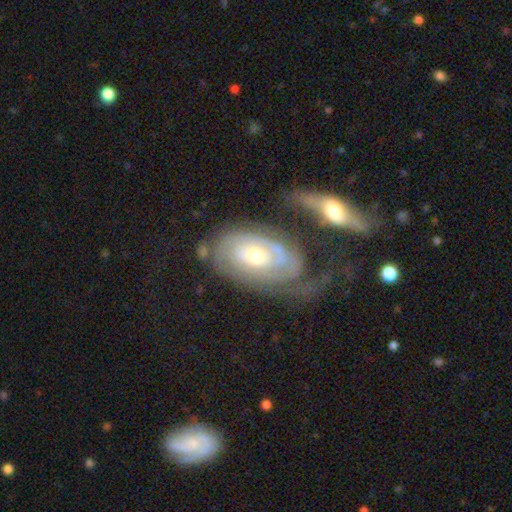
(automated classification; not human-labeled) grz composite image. It shows a featured or disk galaxy (79%) with no bar (75%), tight (74%) spiral arms (84%) and a moderate central bulge (59%). Merging: none (38%).